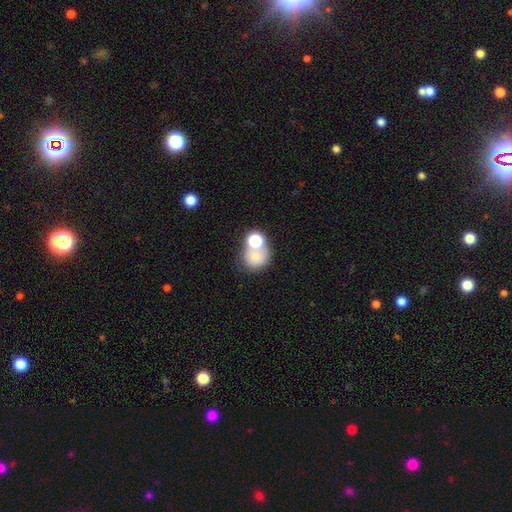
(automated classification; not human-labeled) A smooth galaxy with no disk features (72%) that is round (76%).

Vote fractions:
- Smooth or featured? smooth: 72% / star or artifact: 14% / featured or disk: 14%
- How rounded? round: 76% / in between: 23% / cigar-shaped: 1%
- Merging? merger: 43% / none: 40% / minor disturbance: 10% / major disturbance: 6%